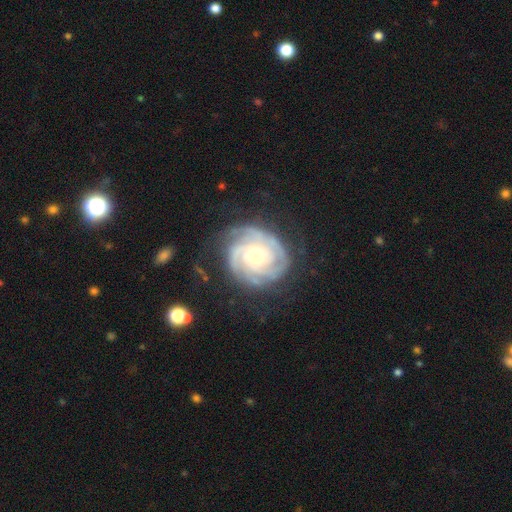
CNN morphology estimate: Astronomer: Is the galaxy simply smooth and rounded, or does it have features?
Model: featured or disk — 89%.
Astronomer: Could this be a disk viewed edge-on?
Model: no — 98%.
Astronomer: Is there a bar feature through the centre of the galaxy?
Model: no — 78%.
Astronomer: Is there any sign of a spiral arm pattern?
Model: yes — 98%.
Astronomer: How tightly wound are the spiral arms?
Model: tight — 78%.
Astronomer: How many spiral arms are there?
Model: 3 — 31% (runner-up: 4, 22%).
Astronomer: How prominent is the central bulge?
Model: moderate — 54% (runner-up: small, 40%).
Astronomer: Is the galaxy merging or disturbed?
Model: none — 77%.